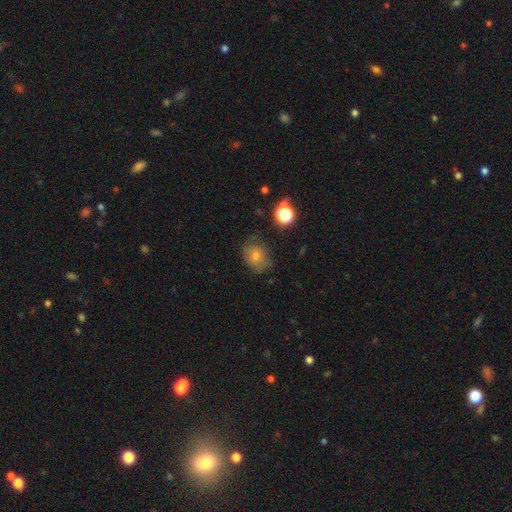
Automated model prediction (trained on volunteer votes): smooth_or_featured: smooth (p=0.65) [alt: featured or disk p=0.18]
how_rounded: round (p=0.55) [alt: in between p=0.44]
merging: none (p=0.67) [alt: minor disturbance p=0.22]